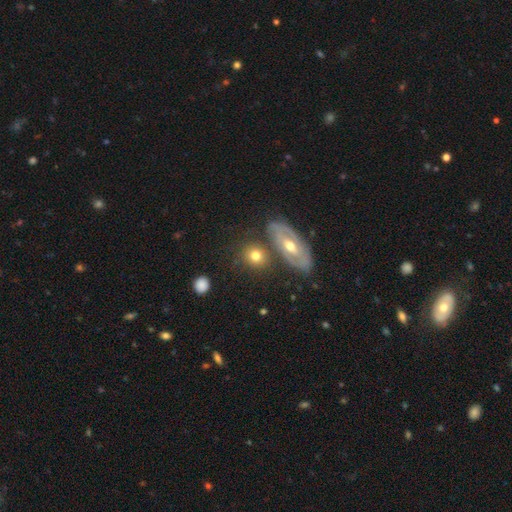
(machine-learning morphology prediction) This appears to be a smooth galaxy with no disk features (64%) that is round (67%). Merging: none (69%).